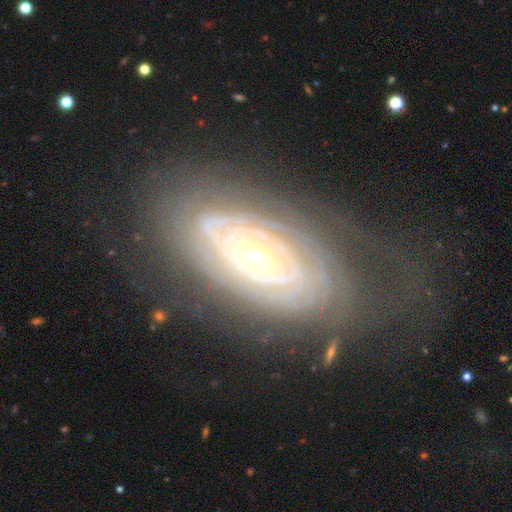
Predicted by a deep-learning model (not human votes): Smooth or featured? Predicted: featured or disk (p=0.86). Edge-on disk? Predicted: no (p=0.93). Bar? Predicted: no (p=0.65). Spiral arms? Predicted: yes (p=0.92). Spiral winding? Predicted: tight (p=0.84). Spiral arm count? Predicted: can't tell (p=0.45). Bulge size? Predicted: small (p=0.49). Merging? Predicted: none (p=0.69).